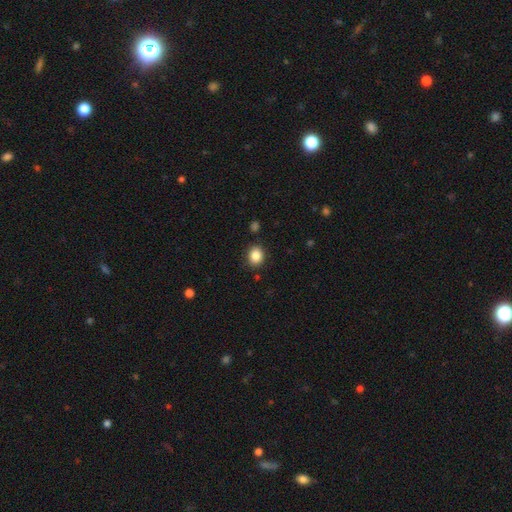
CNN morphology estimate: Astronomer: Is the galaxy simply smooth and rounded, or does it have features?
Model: smooth — 86%.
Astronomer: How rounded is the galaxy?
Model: round — 60% (runner-up: in between, 39%).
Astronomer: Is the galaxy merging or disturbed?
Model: none — 87%.